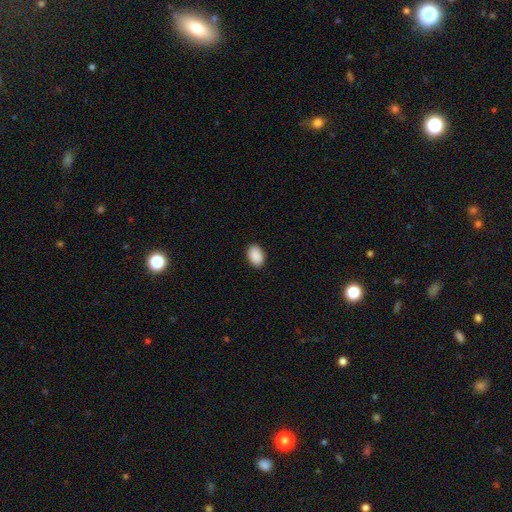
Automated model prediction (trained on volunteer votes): Q: Smooth or featured?
A: smooth (91%); runner-up: star or artifact (7%)
Q: How rounded?
A: in between (86%); runner-up: round (13%)
Q: Merging?
A: none (90%); runner-up: minor disturbance (7%)